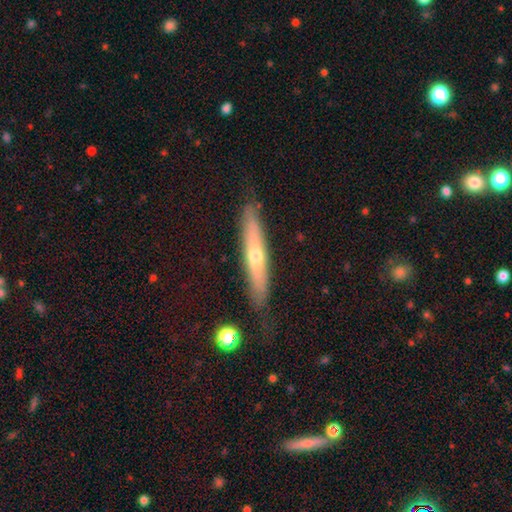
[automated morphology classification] smooth-or-featured: featured or disk: 56% | smooth: 36% | star or artifact: 8%
  disk-edge-on: yes: 87% | no: 13%
  merging: none: 82% | minor disturbance: 13% | major disturbance: 3% | merger: 1%